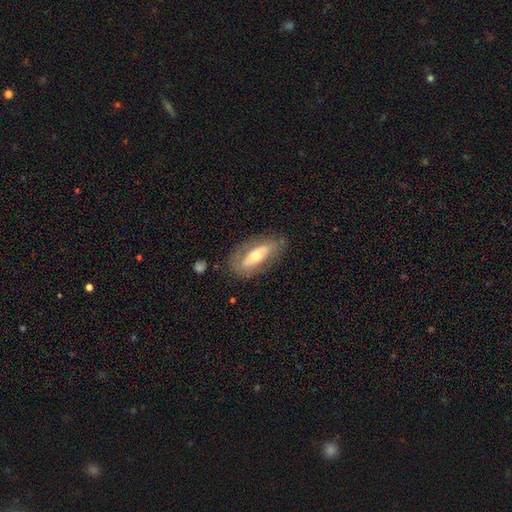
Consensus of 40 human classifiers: smooth-or-featured: featured or disk: 55% | smooth: 38% | star or artifact: 8%
  disk-edge-on: no: 77% | yes: 23%
    bar: no: 59% | weak: 24% | strong: 18%
    has-spiral-arms: no: 82% | yes: 18%
    bulge-size: moderate: 76% | large: 12% | dominant: 6% | small: 6% | none: 0%
  merging: none: 59% | minor disturbance: 30% | major disturbance: 11% | merger: 0%